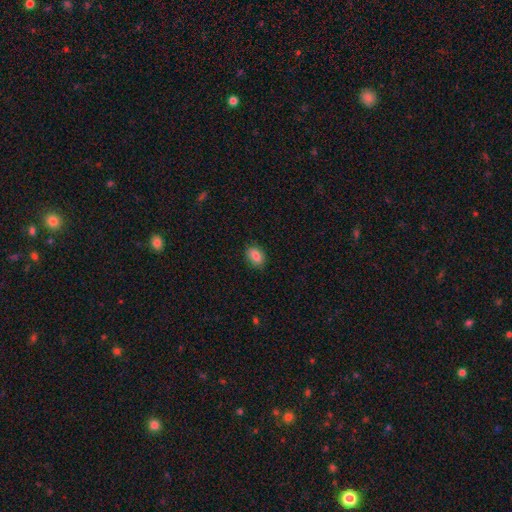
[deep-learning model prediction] A smooth galaxy with no disk features (85%) that is in between round and cigar-shaped (81%).

Vote fractions:
- Smooth or featured? smooth: 85% / star or artifact: 8% / featured or disk: 7%
- How rounded? in between: 81% / round: 17% / cigar-shaped: 2%
- Merging? none: 85% / minor disturbance: 12% / major disturbance: 2% / merger: 1%